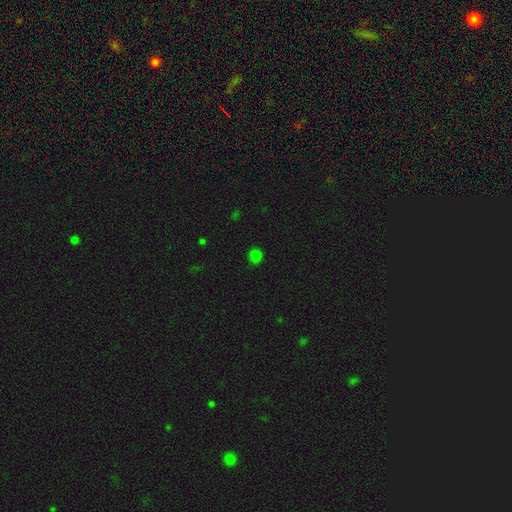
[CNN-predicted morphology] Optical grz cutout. It shows a smooth galaxy with no disk features (76%) that is round (88%). Merging: none (88%).